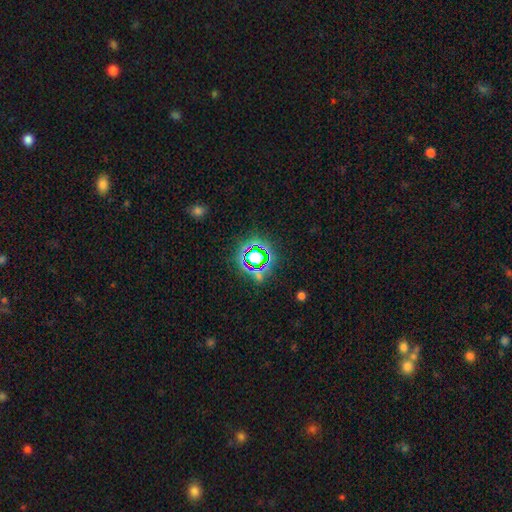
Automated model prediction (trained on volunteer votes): star or artifact 76%, smooth 14%, featured or disk 10%.